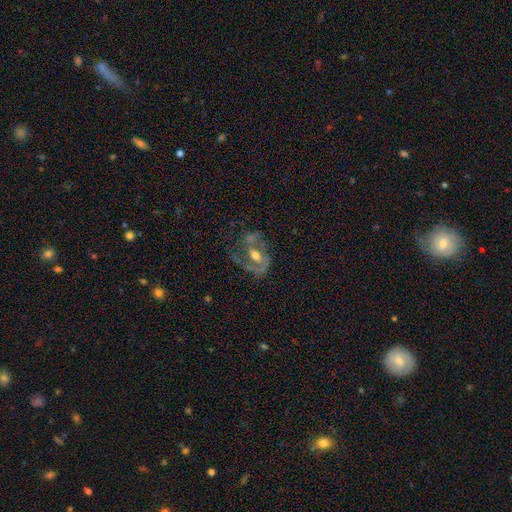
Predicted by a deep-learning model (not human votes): Smooth or featured? featured or disk (73%)
Edge-on disk? no (96%)
Bar? no (47%)
Spiral arms? yes (70%)
Bulge size? moderate (68%)
Merging? none (38%)